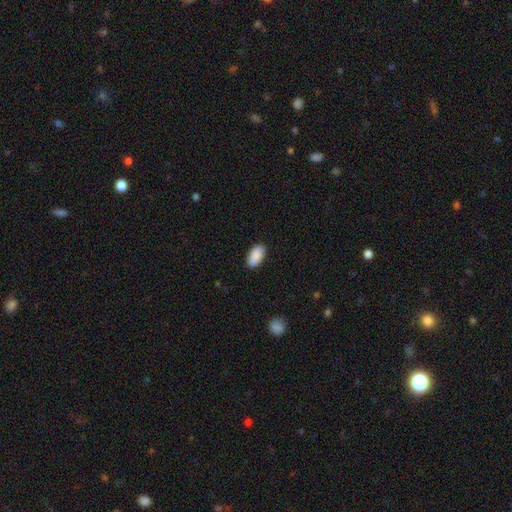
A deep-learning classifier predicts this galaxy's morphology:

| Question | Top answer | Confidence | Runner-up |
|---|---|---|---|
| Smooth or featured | smooth | 90% | star or artifact (6%) |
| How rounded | in between | 95% | cigar-shaped (3%) |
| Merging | none | 88% | minor disturbance (9%) |